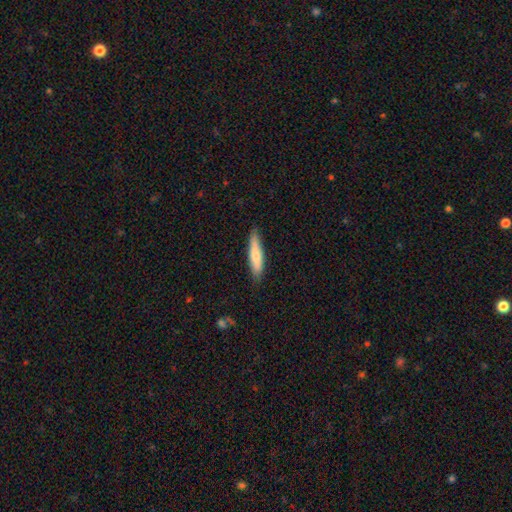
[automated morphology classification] Smooth or featured: smooth — 70% (featured or disk — 24%)
How rounded: cigar-shaped — 80% (in between — 19%)
Merging: none — 84% (minor disturbance — 12%)